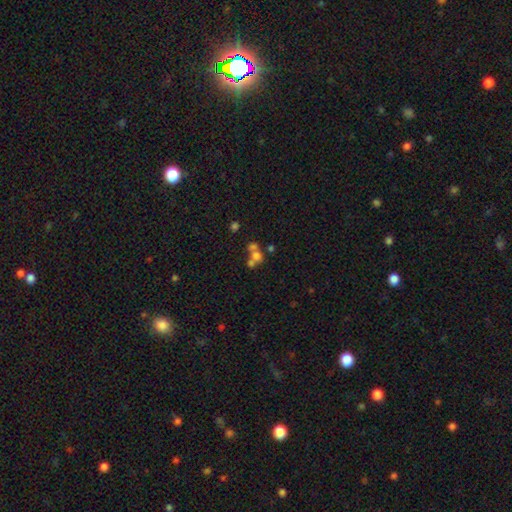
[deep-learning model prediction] The model was most divided on "merging": merger: 53%, none: 34%, minor disturbance: 7%, major disturbance: 6%. More confident: how rounded — round (75%); smooth or featured — smooth (58%).